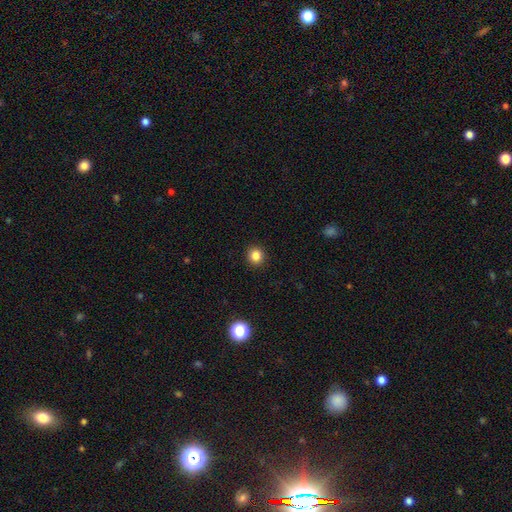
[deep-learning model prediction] This is clearly a smooth galaxy (84%). How rounded: clearly round (92%). Merging: clearly none (93%).